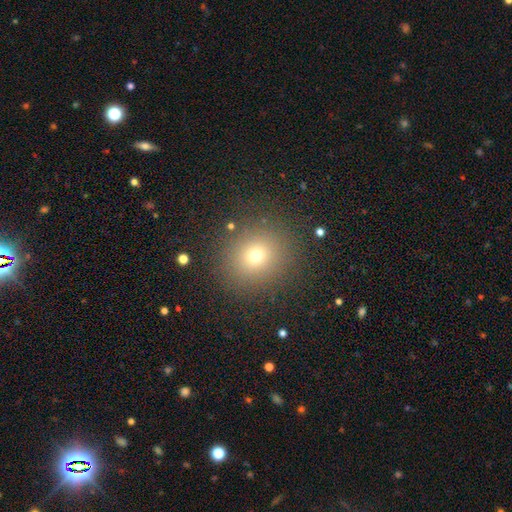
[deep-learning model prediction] Smooth or featured? smooth (70%)
How rounded? round (86%)
Merging? none (87%)